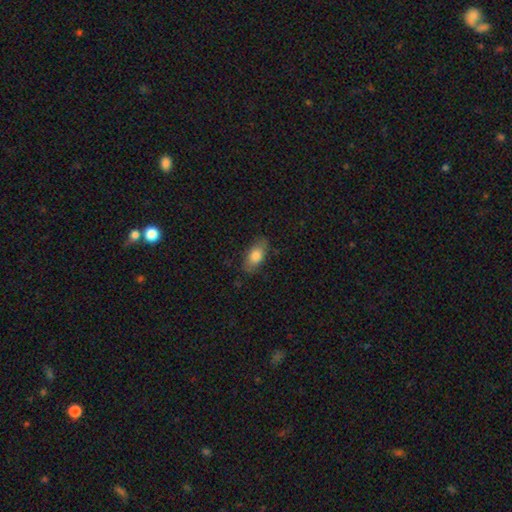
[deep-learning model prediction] A smooth galaxy with no disk features (79%) that is in between round and cigar-shaped (87%). Merging: none (80%).